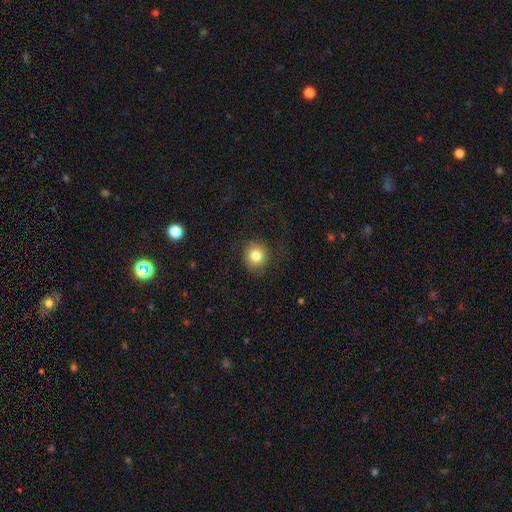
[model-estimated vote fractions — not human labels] smooth 82%, star or artifact 11%, featured or disk 8%. Down the decision tree: how rounded — round (86%); merging — none (82%).